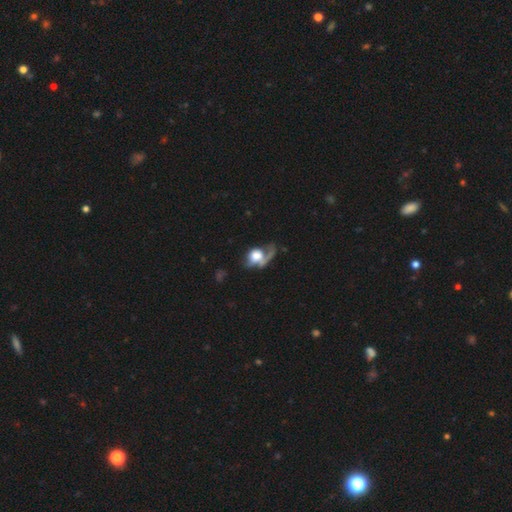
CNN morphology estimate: The model was most divided on "how rounded": in between: 54%, round: 44%, cigar-shaped: 3%. Remaining: smooth or featured — smooth (57%); merging — major disturbance (38%).